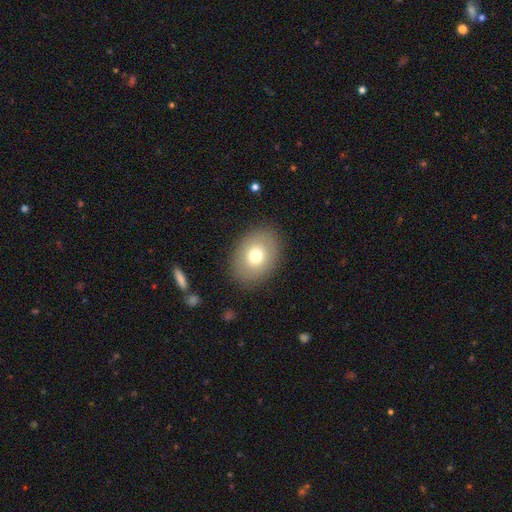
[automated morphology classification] Overall: smooth (72%). How rounded: in between (66%; round 33%). Merging: none (86%).